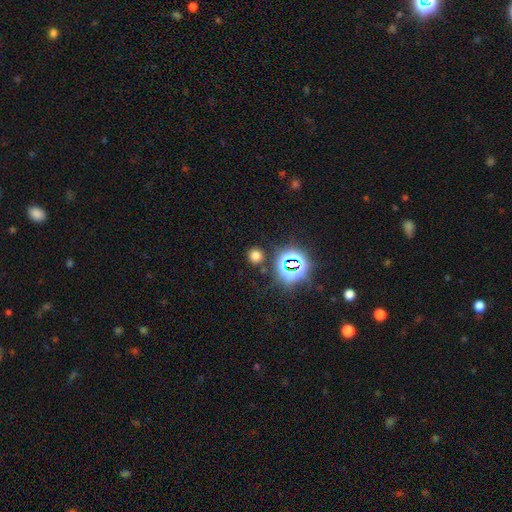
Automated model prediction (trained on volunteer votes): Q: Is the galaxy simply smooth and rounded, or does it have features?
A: smooth — 66%.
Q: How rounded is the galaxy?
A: round — 88%.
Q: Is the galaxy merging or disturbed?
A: none — 85%.